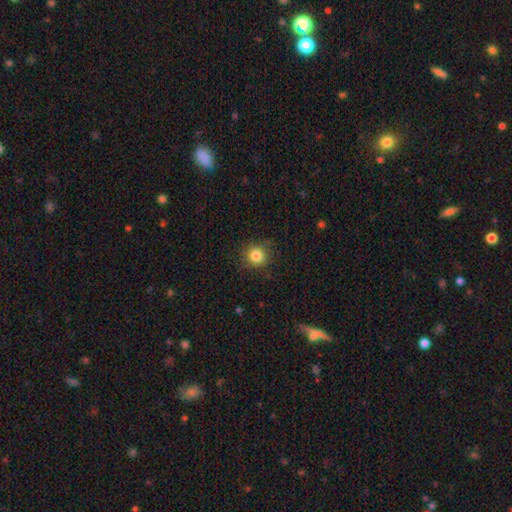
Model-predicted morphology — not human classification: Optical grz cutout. It shows a smooth galaxy with no disk features (83%) that is round (91%). Merging: none (87%).